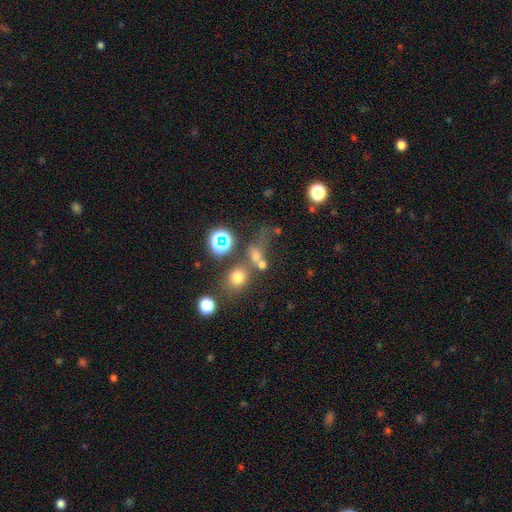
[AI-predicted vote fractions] Smooth or featured? smooth (59%)
How rounded? round (64%)
Merging? none (43%)